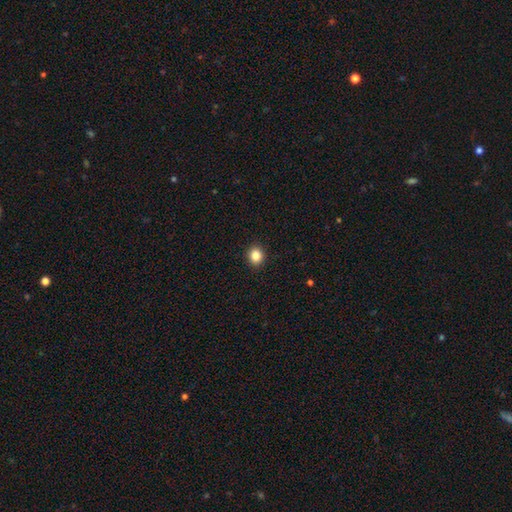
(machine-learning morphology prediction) smooth_or_featured: smooth (p=0.85) [alt: star or artifact p=0.10]
how_rounded: round (p=0.74) [alt: in between p=0.25]
merging: none (p=0.92) [alt: minor disturbance p=0.05]